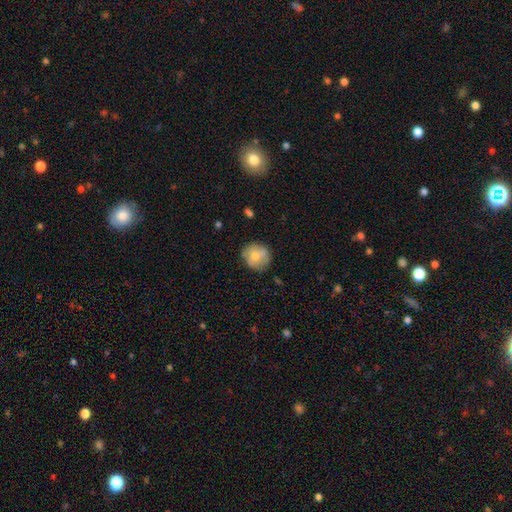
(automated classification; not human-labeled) Smooth or featured: smooth — 67% (featured or disk — 26%)
How rounded: round — 85% (in between — 14%)
Merging: none — 74% (minor disturbance — 19%)